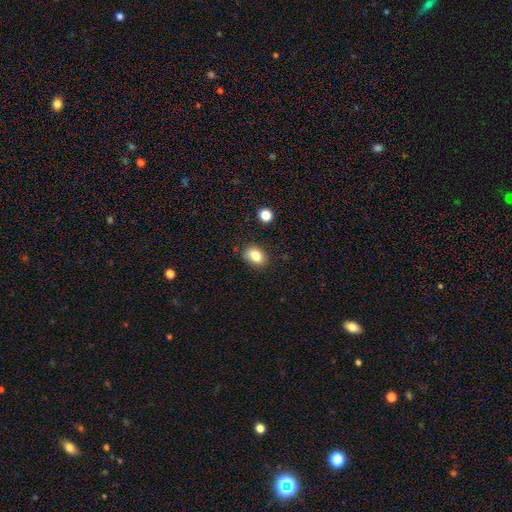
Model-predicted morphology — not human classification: Smooth or featured? Predicted: smooth (p=0.82). How rounded? Predicted: in between (p=0.70). Merging? Predicted: none (p=0.80).